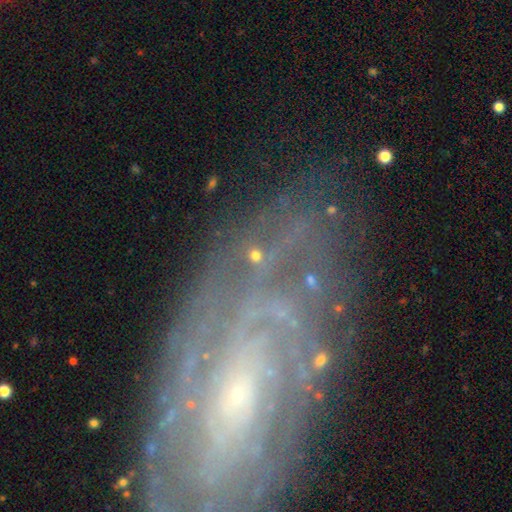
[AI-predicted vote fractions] A star or artifact, not a galaxy (56%).

Vote fractions:
- Smooth or featured? star or artifact: 56% / smooth: 27% / featured or disk: 17%